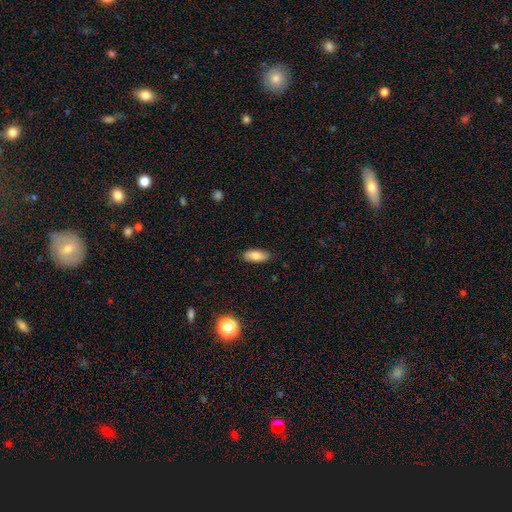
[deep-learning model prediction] Q: Smooth or featured?
A: smooth (80%); runner-up: featured or disk (12%)
Q: How rounded?
A: in between (83%); runner-up: cigar-shaped (15%)
Q: Merging?
A: none (87%); runner-up: minor disturbance (10%)